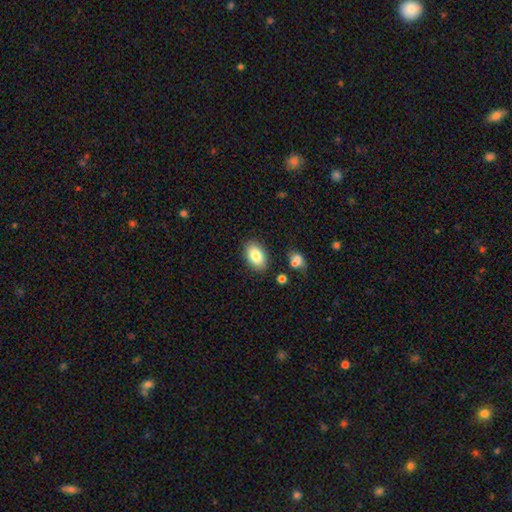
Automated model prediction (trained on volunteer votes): A smooth galaxy with no disk features (84%) that is in between round and cigar-shaped (89%).

Vote fractions:
- Smooth or featured? smooth: 84% / featured or disk: 8% / star or artifact: 7%
- How rounded? in between: 89% / round: 10% / cigar-shaped: 1%
- Merging? none: 84% / minor disturbance: 10% / merger: 3% / major disturbance: 3%